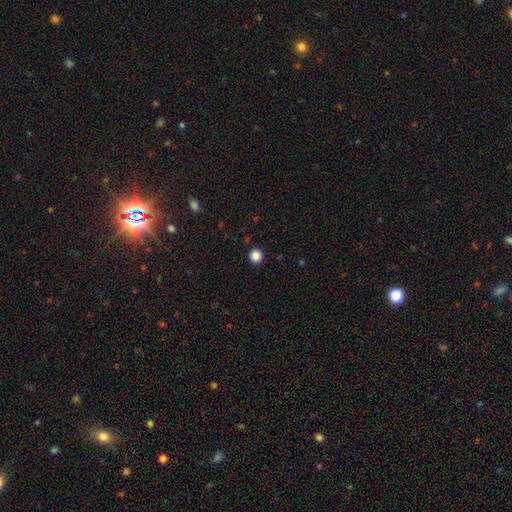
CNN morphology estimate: smooth 86%, star or artifact 11%, featured or disk 3%. Down the decision tree: how rounded — round (95%); merging — none (93%).